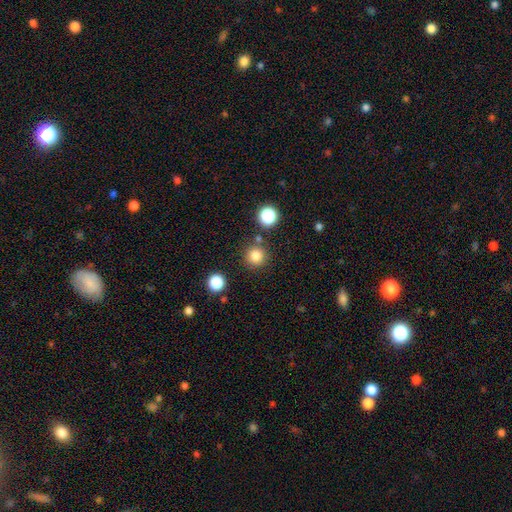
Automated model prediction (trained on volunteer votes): The model was most divided on "smooth or featured": smooth: 82%, star or artifact: 13%, featured or disk: 5%. More confident: how rounded — round (95%); merging — none (84%).